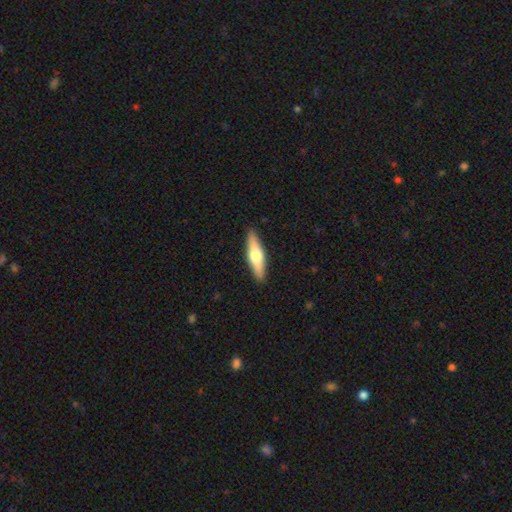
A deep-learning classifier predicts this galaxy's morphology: smooth-or-featured: smooth: 48% | featured or disk: 47% | star or artifact: 5%
  merging: none: 91% | minor disturbance: 7% | major disturbance: 1% | merger: 1%